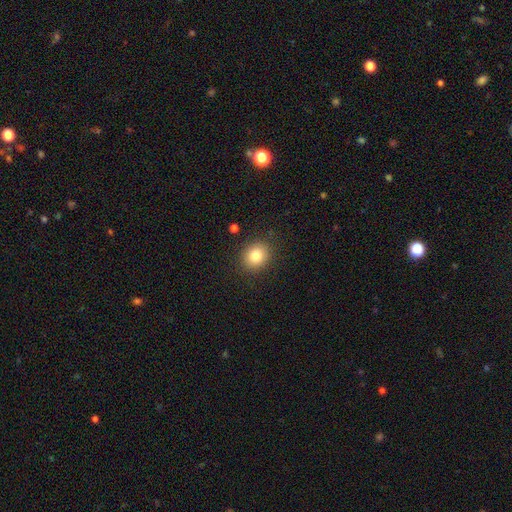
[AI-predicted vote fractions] smooth 82%, star or artifact 10%, featured or disk 8%. Down the decision tree: how rounded — round (66%); merging — none (87%).